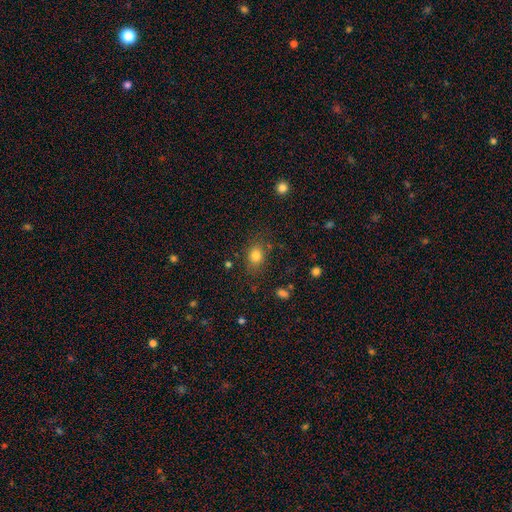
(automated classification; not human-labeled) smooth-or-featured: smooth: 80% | star or artifact: 12% | featured or disk: 8%
  how-rounded: in between: 58% | round: 41% | cigar-shaped: 1%
  merging: none: 77% | minor disturbance: 15% | major disturbance: 6% | merger: 3%